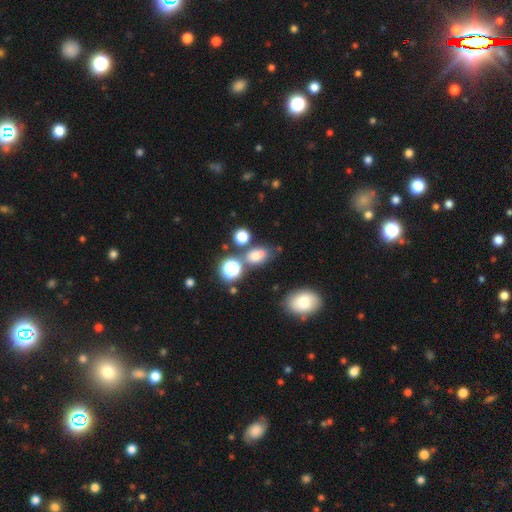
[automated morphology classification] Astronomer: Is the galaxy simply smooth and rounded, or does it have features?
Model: smooth — 72%.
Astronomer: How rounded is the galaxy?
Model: in between — 76%.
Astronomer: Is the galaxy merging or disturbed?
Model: none — 58%.